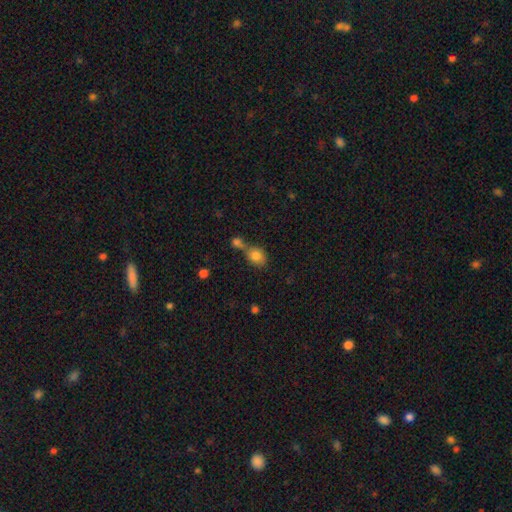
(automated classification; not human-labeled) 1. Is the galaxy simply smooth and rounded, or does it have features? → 81% smooth, 10% star or artifact, 9% featured or disk.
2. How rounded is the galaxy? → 50% round, 48% in between, 1% cigar-shaped.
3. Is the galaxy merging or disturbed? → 43% none, 42% merger, 11% minor disturbance, 4% major disturbance.